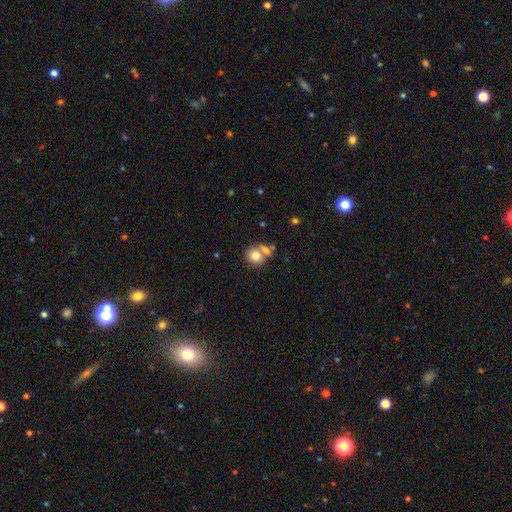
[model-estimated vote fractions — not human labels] Smooth or featured? smooth (77%)
How rounded? round (82%)
Merging? none (51%)